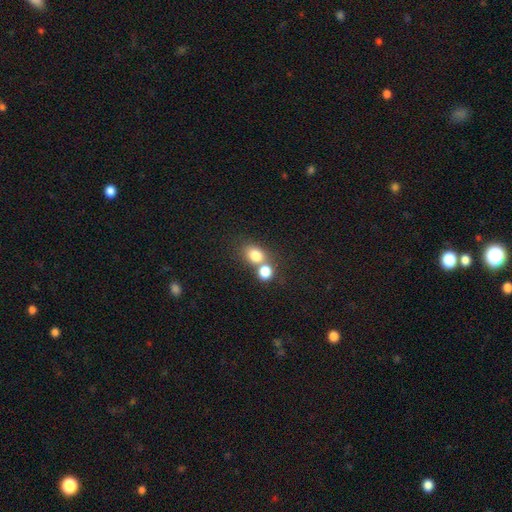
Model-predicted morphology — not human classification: type=smooth (79%); roundness=round (53%); merging=merger (47%).